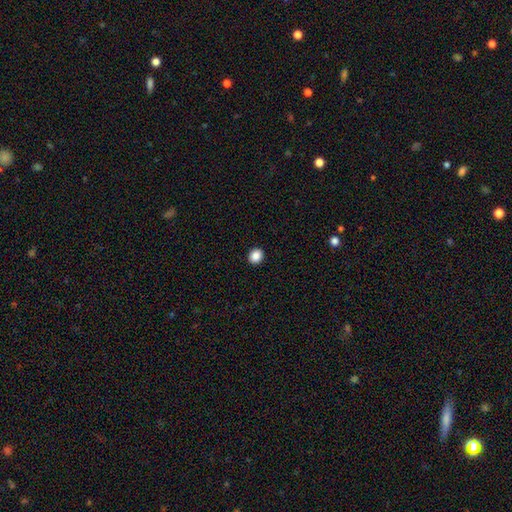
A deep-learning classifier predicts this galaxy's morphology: A smooth galaxy with no disk features (88%) that is round (77%). Merging: none (93%).